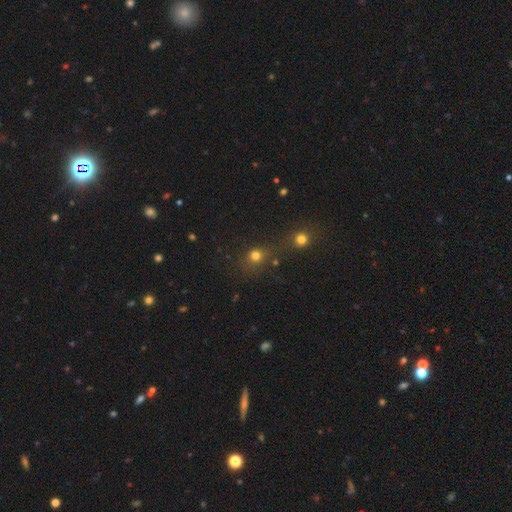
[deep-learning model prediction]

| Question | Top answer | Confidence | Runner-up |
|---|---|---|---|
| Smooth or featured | smooth | 72% | star or artifact (20%) |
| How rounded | round | 82% | in between (17%) |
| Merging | none | 51% | merger (32%) |